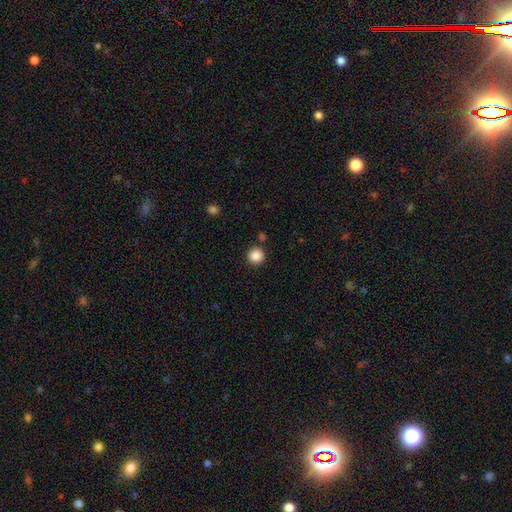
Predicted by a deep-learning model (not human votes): smooth_or_featured: smooth (p=0.87) [alt: star or artifact p=0.10]
how_rounded: round (p=0.95) [alt: in between p=0.04]
merging: none (p=0.89) [alt: minor disturbance p=0.06]